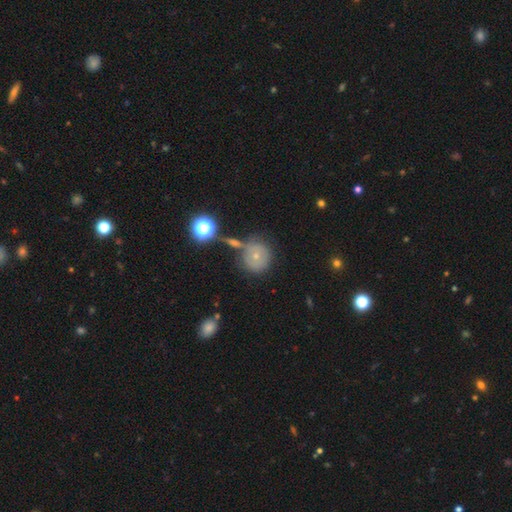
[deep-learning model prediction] Smooth or featured? Predicted: smooth (p=0.55). How rounded? Predicted: round (p=0.90). Merging? Predicted: none (p=0.64).